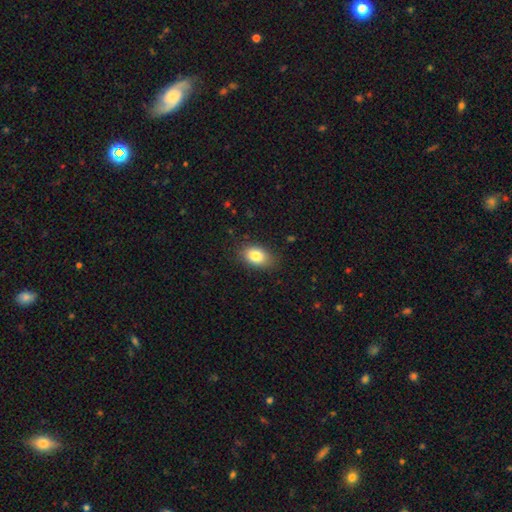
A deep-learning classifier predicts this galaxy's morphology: type=smooth (83%); roundness=in between (86%); merging=none (83%).